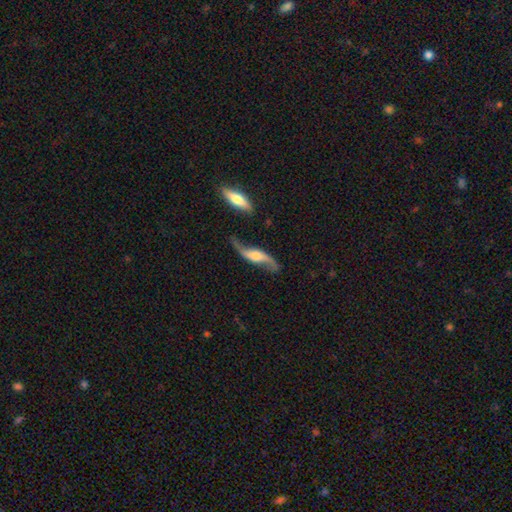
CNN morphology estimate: smooth_or_featured: featured or disk (p=0.86) [alt: smooth p=0.09]
disk_edge_on: no (p=0.83) [alt: yes p=0.17]
bar: no (p=0.49) [alt: weak p=0.35]
has_spiral_arms: yes (p=0.96) [alt: no p=0.04]
spiral_winding: loose (p=0.89) [alt: medium p=0.08]
spiral_arm_count: 2 (p=0.93) [alt: 1 p=0.02]
bulge_size: moderate (p=0.45) [alt: small p=0.24]
merging: none (p=0.71) [alt: minor disturbance p=0.16]